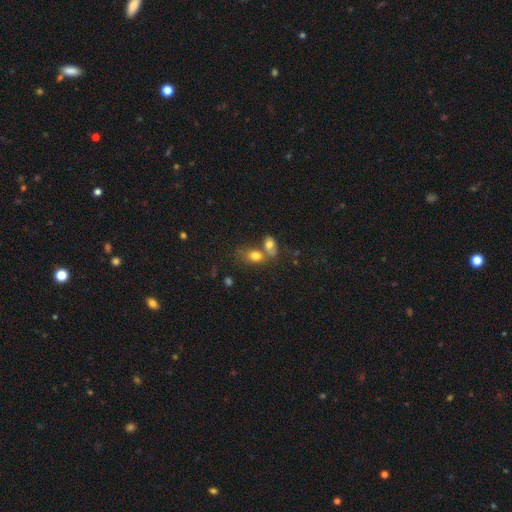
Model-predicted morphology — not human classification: smooth_or_featured: smooth (p=0.77) [alt: featured or disk p=0.13]
how_rounded: in between (p=0.77) [alt: round p=0.20]
merging: merger (p=0.49) [alt: none p=0.33]